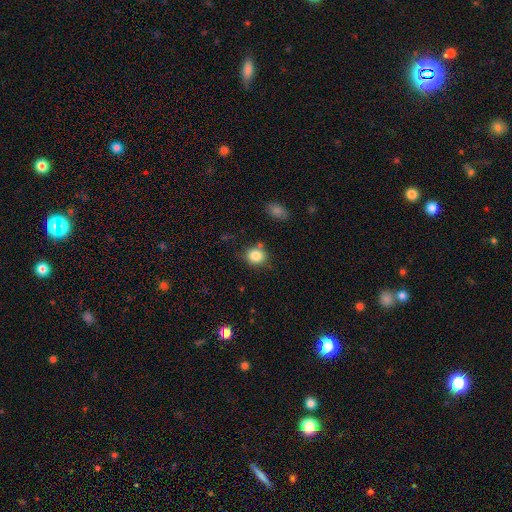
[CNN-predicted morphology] smooth-or-featured: smooth: 85% | star or artifact: 10% | featured or disk: 6%
  how-rounded: round: 69% | in between: 30% | cigar-shaped: 1%
  merging: none: 74% | minor disturbance: 15% | merger: 7% | major disturbance: 4%